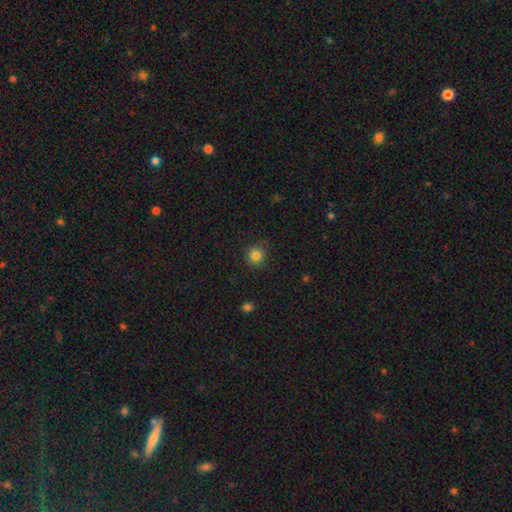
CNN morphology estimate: Overall: smooth (83%). How rounded: round (92%). Merging: none (89%).